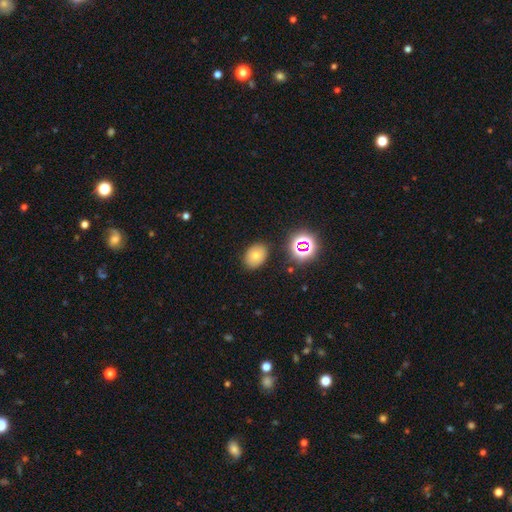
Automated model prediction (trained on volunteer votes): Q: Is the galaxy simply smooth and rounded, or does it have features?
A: smooth — 71%.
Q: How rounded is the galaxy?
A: in between — 70%.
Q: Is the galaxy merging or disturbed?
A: none — 85%.